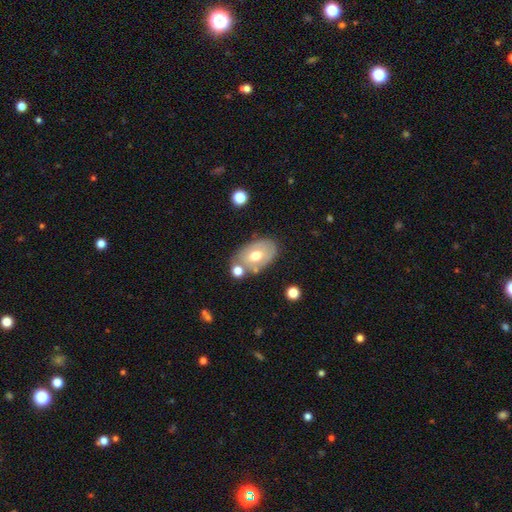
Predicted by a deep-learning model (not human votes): Smooth or featured? Predicted: smooth (p=0.52). How rounded? Predicted: in between (p=0.89). Merging? Predicted: none (p=0.63).